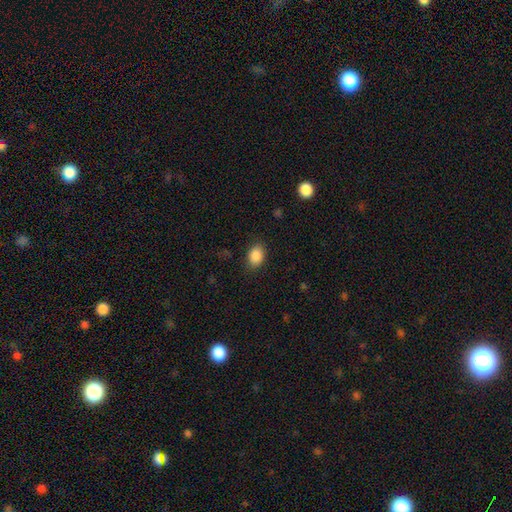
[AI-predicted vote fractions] A smooth galaxy with no disk features (88%) that is in between round and cigar-shaped (71%).

Vote fractions:
- Smooth or featured? smooth: 88% / star or artifact: 9% / featured or disk: 4%
- How rounded? in between: 71% / round: 28% / cigar-shaped: 1%
- Merging? none: 85% / minor disturbance: 11% / major disturbance: 3% / merger: 1%